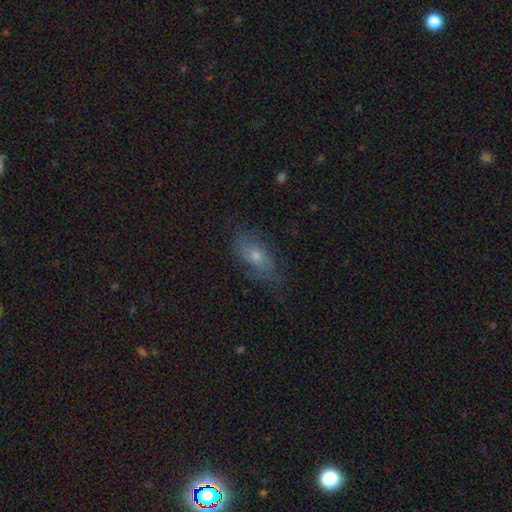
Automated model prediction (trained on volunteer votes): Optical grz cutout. It shows a smooth galaxy with no disk features (54%) that is in between round and cigar-shaped (75%). Merging: none (68%).